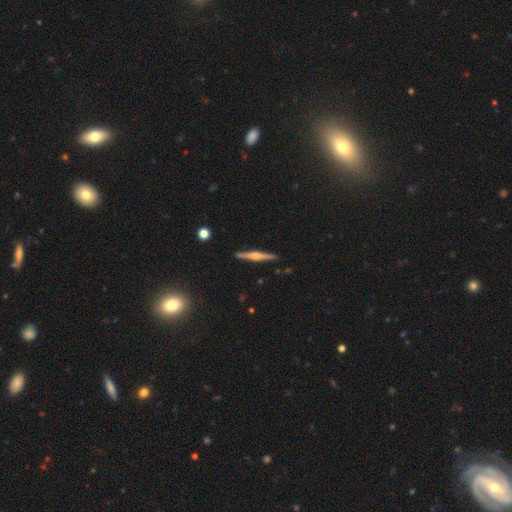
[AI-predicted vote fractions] Smooth or featured? featured or disk (71%)
Edge-on disk? yes (98%)
Edge-on bulge? rounded (77%)
Merging? none (91%)